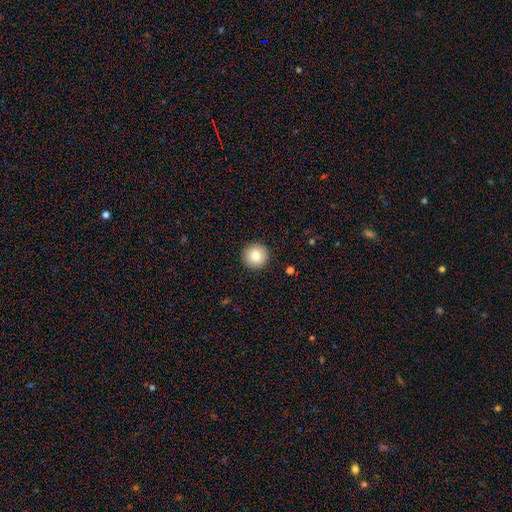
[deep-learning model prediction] Smooth or featured? Predicted: smooth (p=0.83). How rounded? Predicted: round (p=0.96). Merging? Predicted: none (p=0.93).